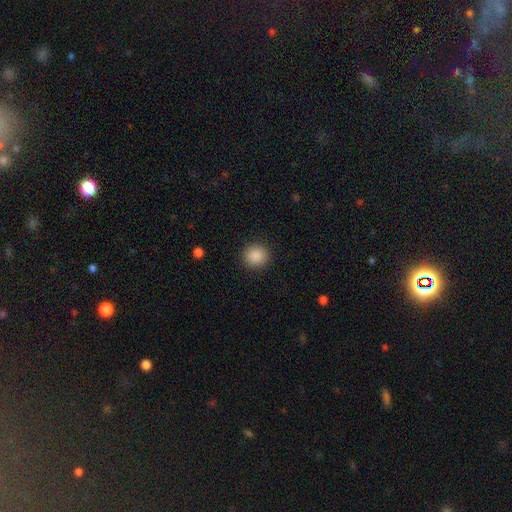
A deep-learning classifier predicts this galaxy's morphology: Smooth or featured: smooth — 88% (star or artifact — 9%)
How rounded: round — 89% (in between — 10%)
Merging: none — 91% (minor disturbance — 6%)